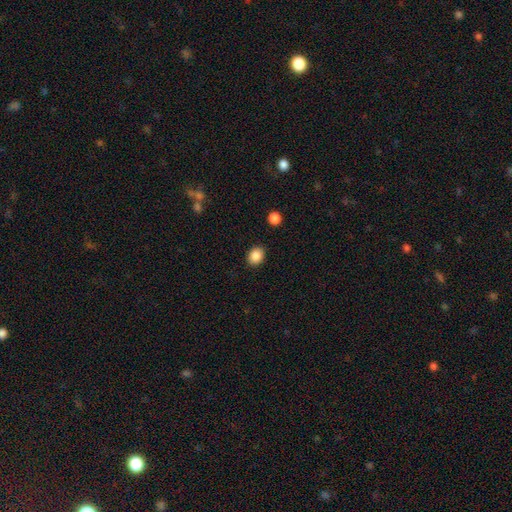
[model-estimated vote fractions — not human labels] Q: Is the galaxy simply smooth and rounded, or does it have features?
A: smooth — 87%.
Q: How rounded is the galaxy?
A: round — 55%.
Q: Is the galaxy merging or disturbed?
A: none — 89%.